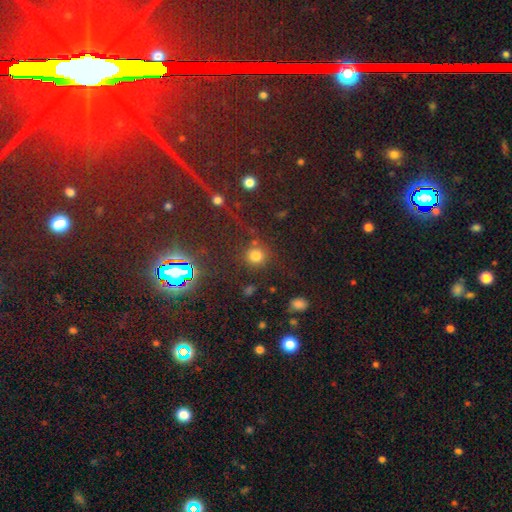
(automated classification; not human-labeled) This is likely a smooth galaxy (73%). How rounded: clearly round (91%). Merging: likely none (77%).